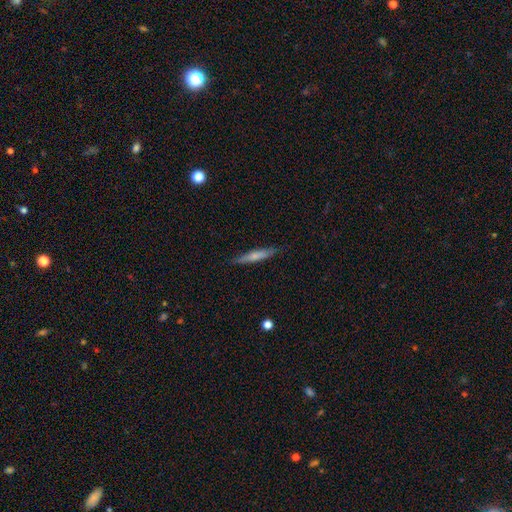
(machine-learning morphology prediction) Smooth or featured? smooth (60%)
How rounded? cigar-shaped (91%)
Merging? none (84%)